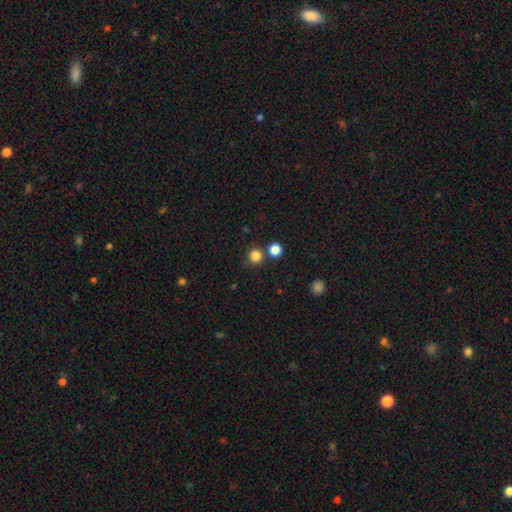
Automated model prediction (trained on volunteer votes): smooth 83%, star or artifact 13%, featured or disk 4%. Down the decision tree: how rounded — round (94%); merging — none (76%).